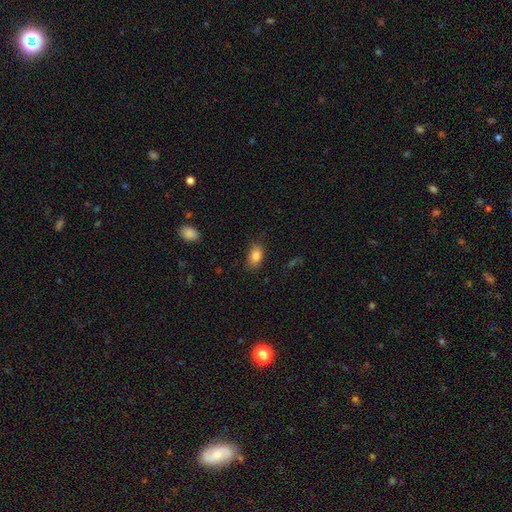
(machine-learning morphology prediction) Smooth or featured? smooth (86%)
How rounded? in between (87%)
Merging? none (79%)